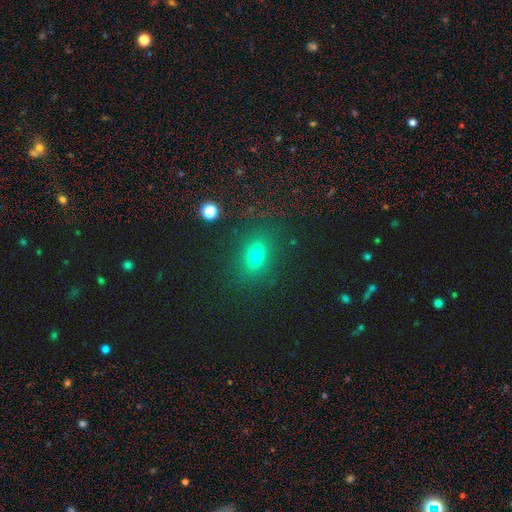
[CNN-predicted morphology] smooth 70%, star or artifact 19%, featured or disk 11%. Down the decision tree: how rounded — in between (68%); merging — none (84%).